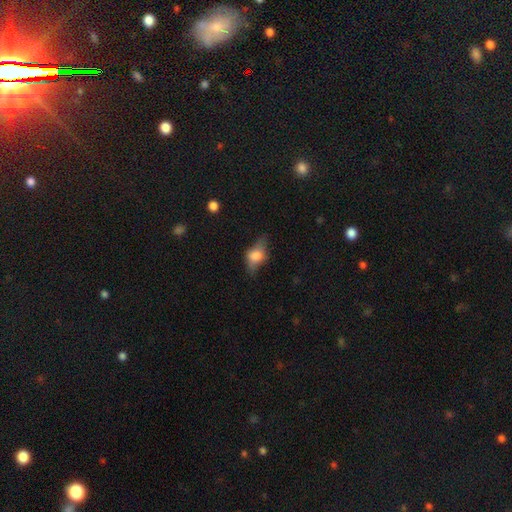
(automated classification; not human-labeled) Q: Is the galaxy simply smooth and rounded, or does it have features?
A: smooth — 57%.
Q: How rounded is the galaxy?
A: in between — 76%.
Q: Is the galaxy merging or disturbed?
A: none — 55%.